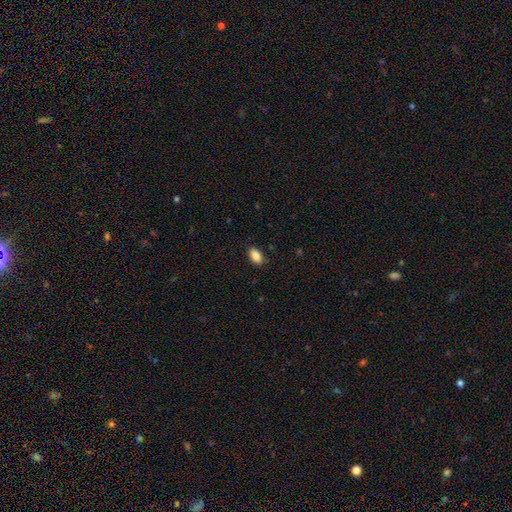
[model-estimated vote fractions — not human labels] smooth-or-featured: smooth: 88% | star or artifact: 8% | featured or disk: 5%
  how-rounded: in between: 92% | round: 5% | cigar-shaped: 3%
  merging: none: 84% | minor disturbance: 12% | major disturbance: 2% | merger: 1%